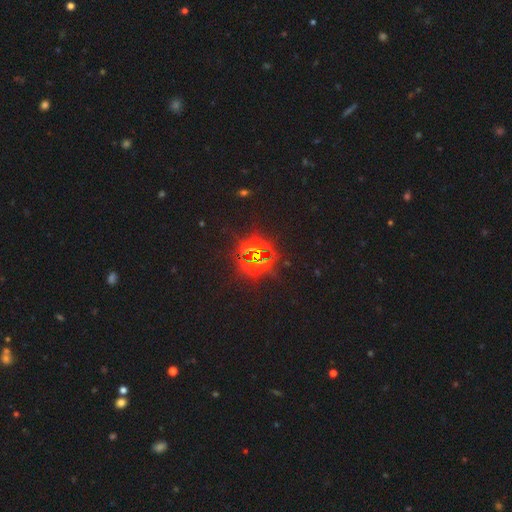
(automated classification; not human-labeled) The model was most divided on "smooth or featured": star or artifact: 82%, smooth: 10%, featured or disk: 8%.